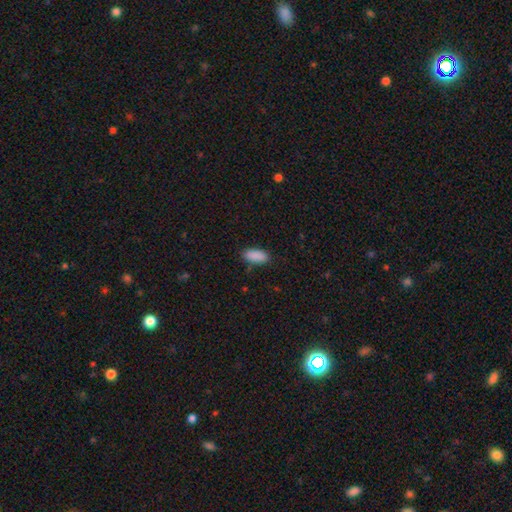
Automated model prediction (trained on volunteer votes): A smooth galaxy with no disk features (90%) that is in between round and cigar-shaped (90%).

Vote fractions:
- Smooth or featured? smooth: 90% / star or artifact: 7% / featured or disk: 3%
- How rounded? in between: 90% / cigar-shaped: 8% / round: 2%
- Merging? none: 85% / minor disturbance: 11% / major disturbance: 2% / merger: 1%